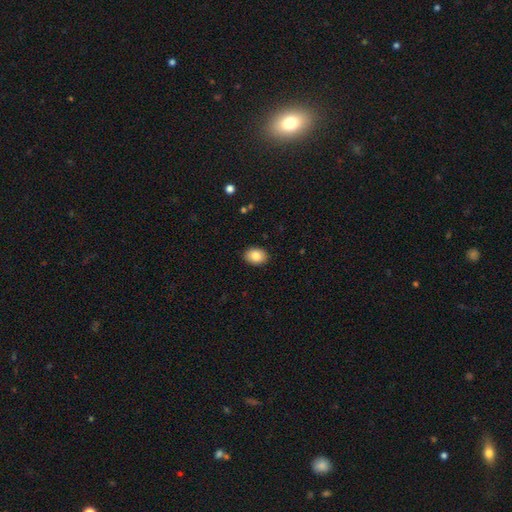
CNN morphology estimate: This appears to be a smooth galaxy with no disk features (84%) that is in between round and cigar-shaped (68%). Merging: none (90%).